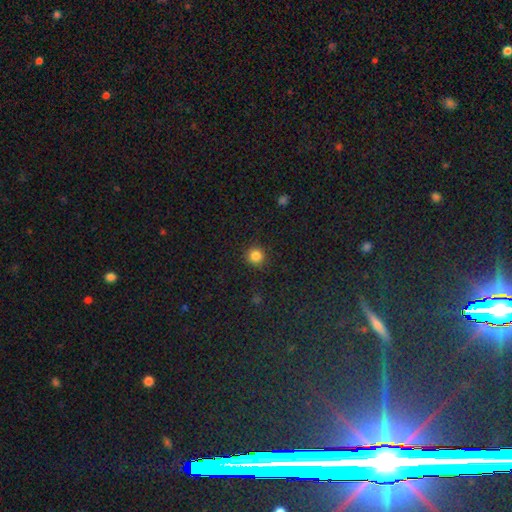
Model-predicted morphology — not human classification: A smooth galaxy with no disk features (84%) that is round (94%). Merging: none (91%).